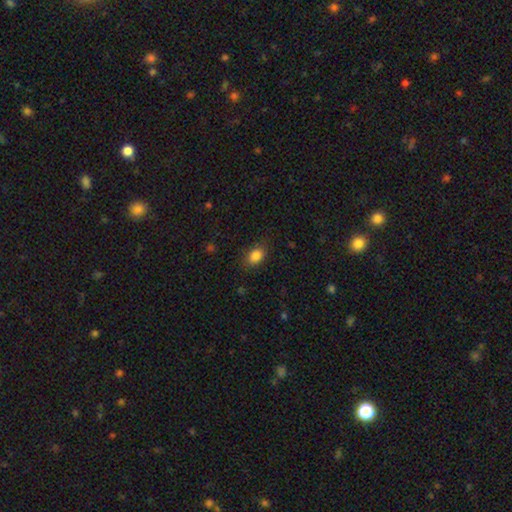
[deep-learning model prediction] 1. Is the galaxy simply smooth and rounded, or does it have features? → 85% smooth, 9% star or artifact, 5% featured or disk.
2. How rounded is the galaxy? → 78% in between, 20% round, 2% cigar-shaped.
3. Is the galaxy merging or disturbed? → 81% none, 14% minor disturbance, 4% major disturbance, 1% merger.